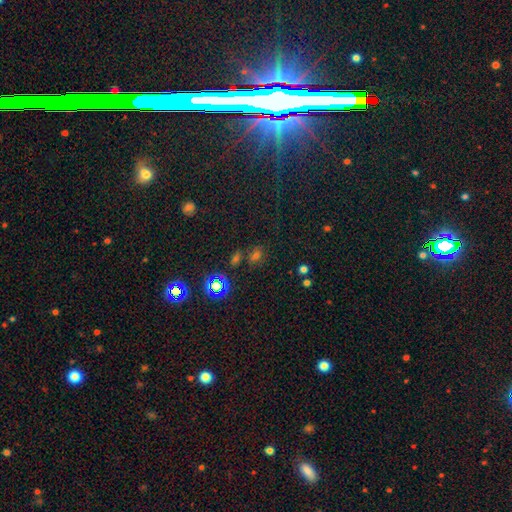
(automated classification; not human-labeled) Smooth or featured? Predicted: star or artifact (p=0.46).